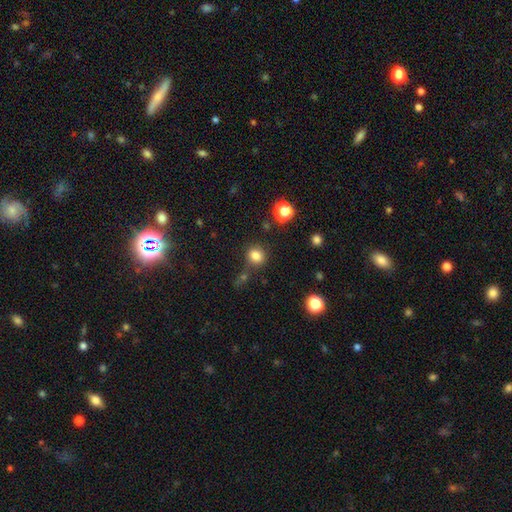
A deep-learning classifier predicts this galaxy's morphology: This appears to be a smooth galaxy with no disk features (82%) that is round (80%). Merging: none (79%).